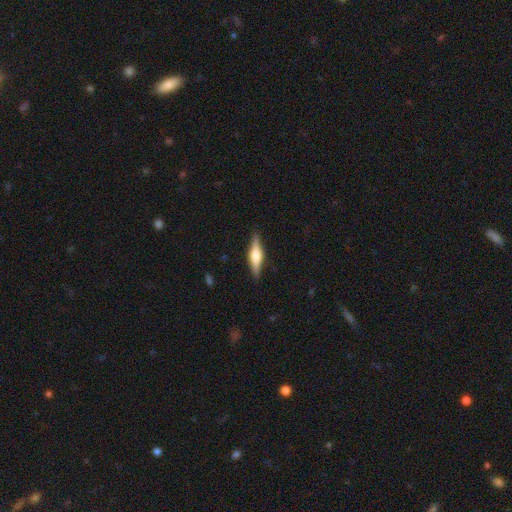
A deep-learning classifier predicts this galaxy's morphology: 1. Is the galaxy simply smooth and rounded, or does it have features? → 64% featured or disk, 30% smooth, 6% star or artifact.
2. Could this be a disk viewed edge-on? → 97% yes, 3% no.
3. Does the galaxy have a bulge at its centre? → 86% rounded, 11% boxy, 3% none.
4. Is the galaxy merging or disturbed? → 89% none, 8% minor disturbance, 2% major disturbance, 1% merger.